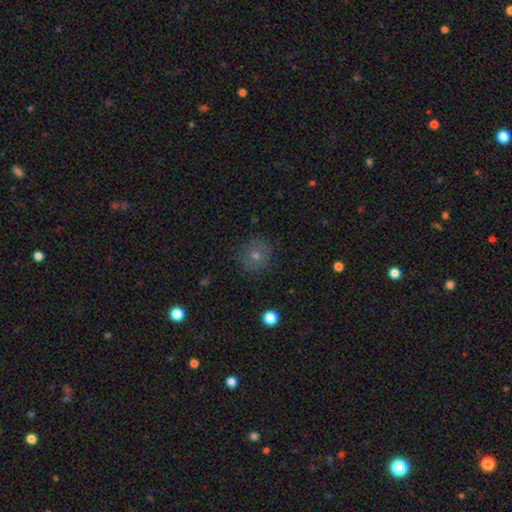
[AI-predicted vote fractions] Smooth or featured? Predicted: smooth (p=0.71). How rounded? Predicted: round (p=0.90). Merging? Predicted: none (p=0.84).